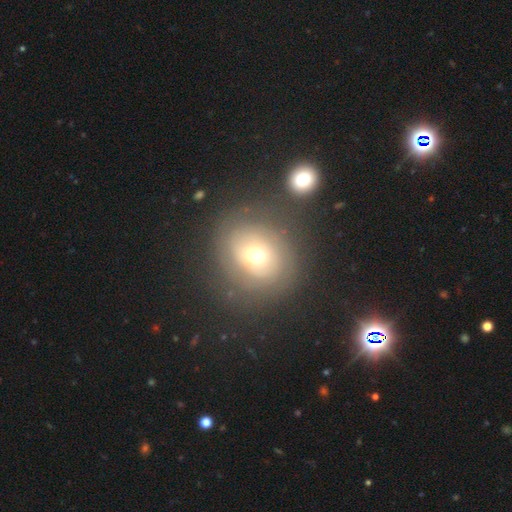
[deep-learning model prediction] Smooth or featured? smooth (50%)
Merging? none (71%)